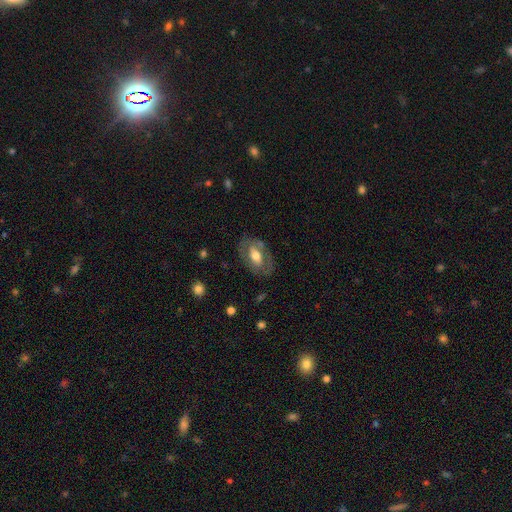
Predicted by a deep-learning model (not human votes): smooth-or-featured: featured or disk: 50% | smooth: 45% | star or artifact: 6%
  merging: none: 75% | minor disturbance: 16% | major disturbance: 8% | merger: 2%